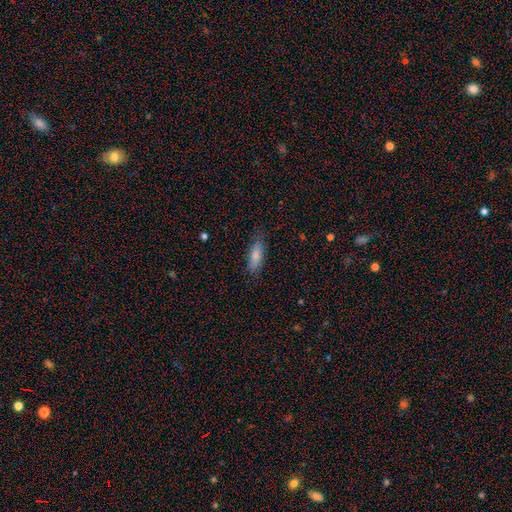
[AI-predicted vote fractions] smooth 79%, featured or disk 14%, star or artifact 7%. Down the decision tree: how rounded — in between (56%); merging — none (79%).